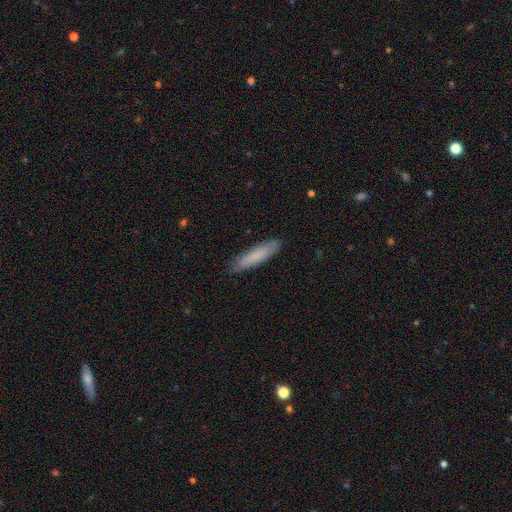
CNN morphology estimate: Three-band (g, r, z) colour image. It shows a smooth galaxy with no disk features (76%) that is cigar-shaped (80%). Merging: none (83%).